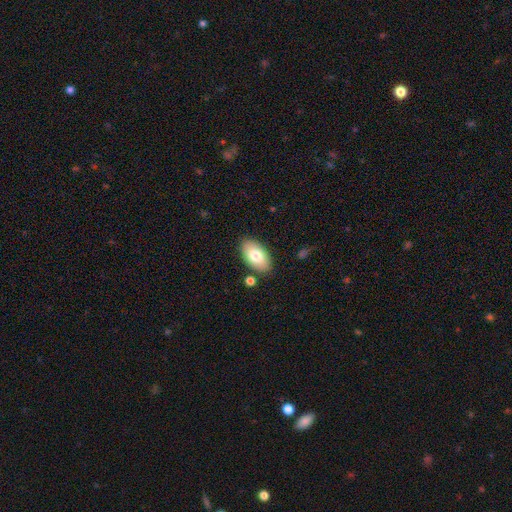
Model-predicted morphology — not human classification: smooth 77%, featured or disk 17%, star or artifact 6%. Down the decision tree: how rounded — in between (95%); merging — none (85%).